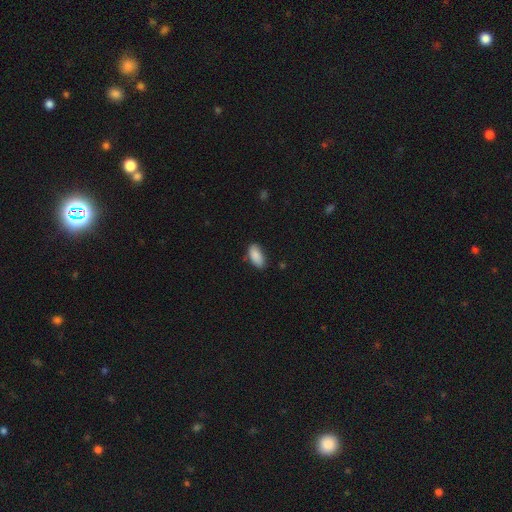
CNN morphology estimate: type=smooth (89%); roundness=in between (91%); merging=none (77%).